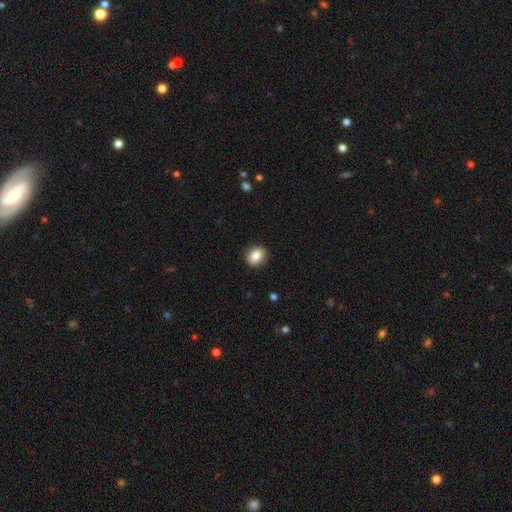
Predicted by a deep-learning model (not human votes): Smooth or featured: smooth — 84% (star or artifact — 8%)
How rounded: round — 52% (in between — 47%)
Merging: none — 89% (minor disturbance — 8%)